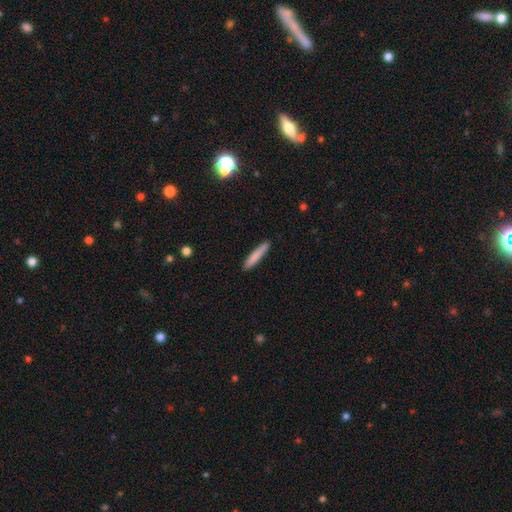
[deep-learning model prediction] The model was most divided on "smooth or featured": smooth: 81%, featured or disk: 13%, star or artifact: 6%. More confident: how rounded — cigar-shaped (92%); merging — none (89%).